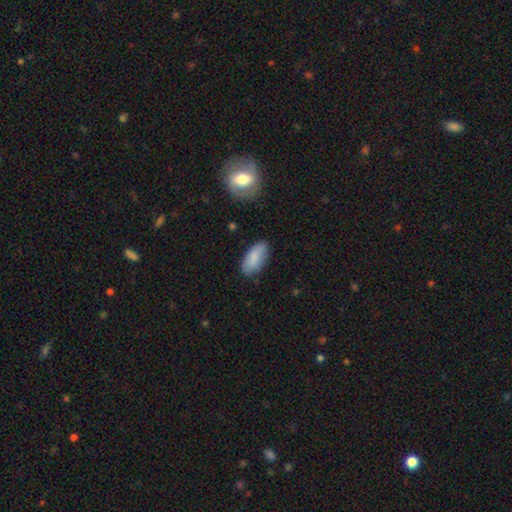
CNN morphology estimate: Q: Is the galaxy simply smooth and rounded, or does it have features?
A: smooth — 85%.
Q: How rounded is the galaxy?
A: in between — 90%.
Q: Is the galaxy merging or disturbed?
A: none — 78%.